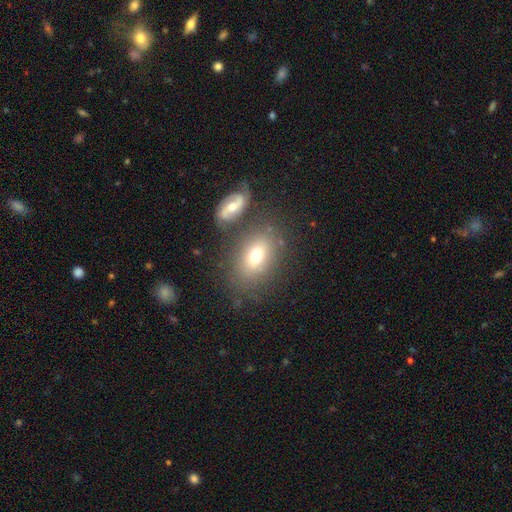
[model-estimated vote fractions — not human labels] Morphology: type=smooth (68%); roundness=in between (80%); merging=none (68%).